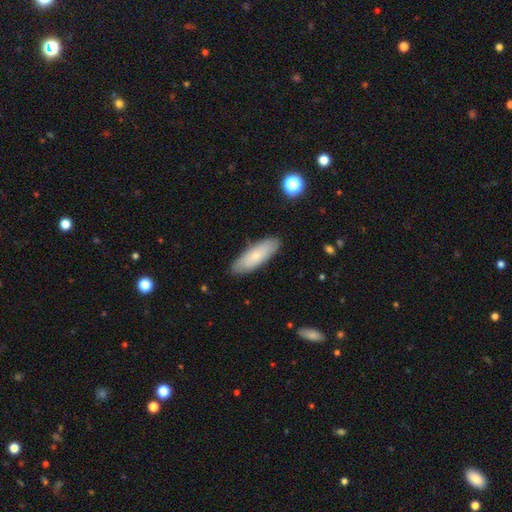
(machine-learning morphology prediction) Smooth or featured?
  - smooth: 70% *
  - featured or disk: 24%
  - star or artifact: 6%
How rounded?
  - in between: 56% *
  - cigar-shaped: 42%
  - round: 2%
Merging?
  - none: 86% *
  - minor disturbance: 11%
  - major disturbance: 2%
  - merger: 1%